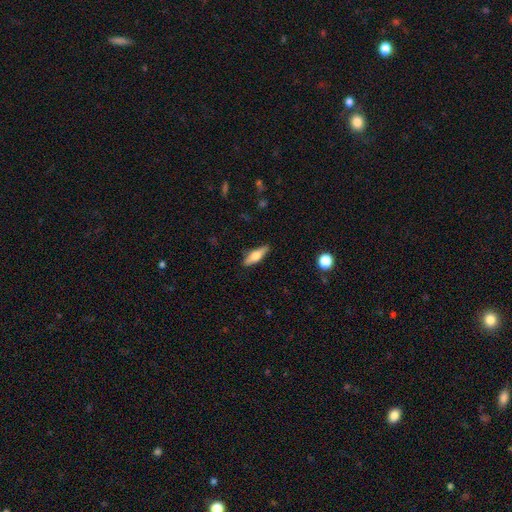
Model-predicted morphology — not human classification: Smooth or featured?
  - smooth: 51% *
  - featured or disk: 43%
  - star or artifact: 6%
How rounded?
  - cigar-shaped: 54% *
  - in between: 43%
  - round: 3%
Merging?
  - none: 86% *
  - minor disturbance: 10%
  - major disturbance: 2%
  - merger: 1%